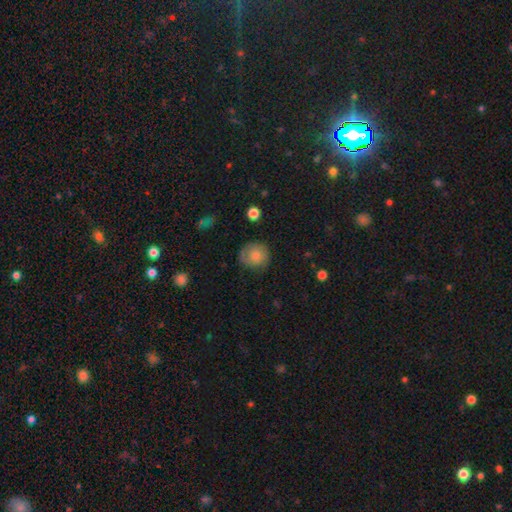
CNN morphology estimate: smooth 59%, featured or disk 32%, star or artifact 9%. Down the decision tree: how rounded — round (83%); merging — none (73%).